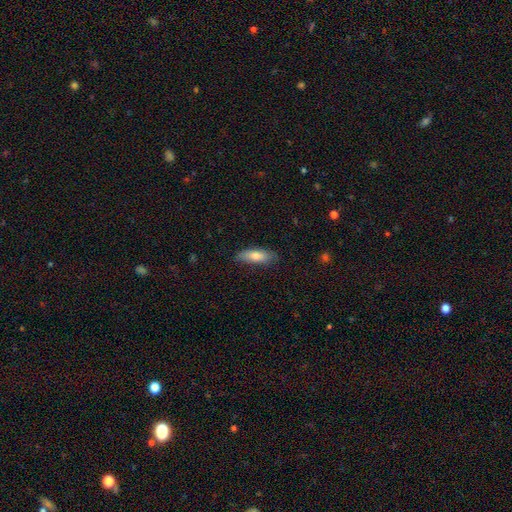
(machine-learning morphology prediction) A smooth galaxy with no disk features (75%) that is in between round and cigar-shaped (53%). Merging: none (81%).